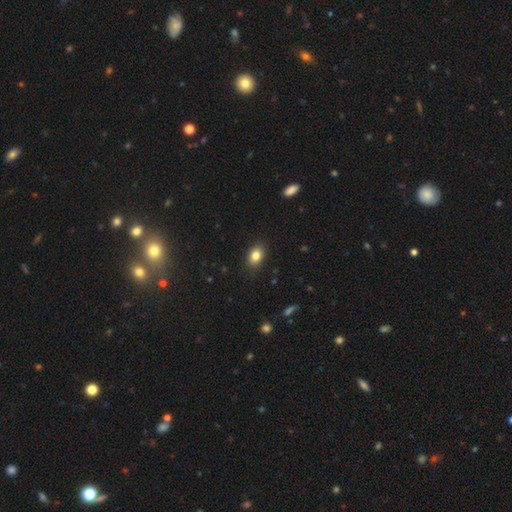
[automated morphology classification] Smooth or featured?
  - smooth: 84% *
  - star or artifact: 9%
  - featured or disk: 7%
How rounded?
  - in between: 81% *
  - round: 18%
  - cigar-shaped: 1%
Merging?
  - none: 86% *
  - minor disturbance: 10%
  - major disturbance: 2%
  - merger: 1%